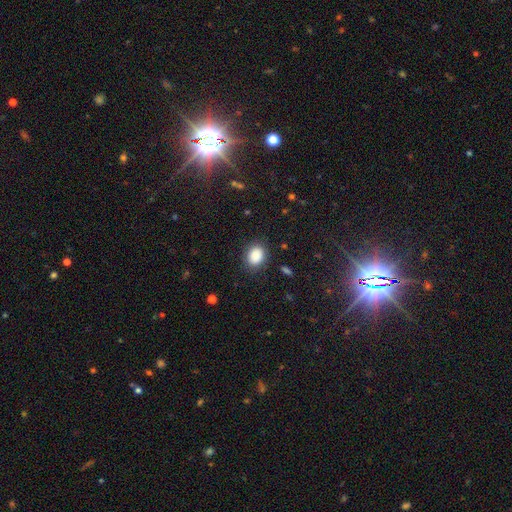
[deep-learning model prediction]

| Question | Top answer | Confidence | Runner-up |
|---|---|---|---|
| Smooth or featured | smooth | 88% | star or artifact (8%) |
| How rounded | in between | 63% | round (36%) |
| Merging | none | 85% | minor disturbance (10%) |